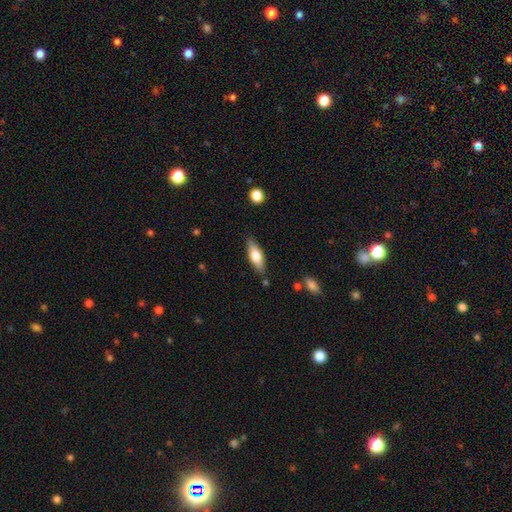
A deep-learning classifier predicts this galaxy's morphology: A smooth galaxy with no disk features (62%) that is in between round and cigar-shaped (60%). Merging: none (83%).